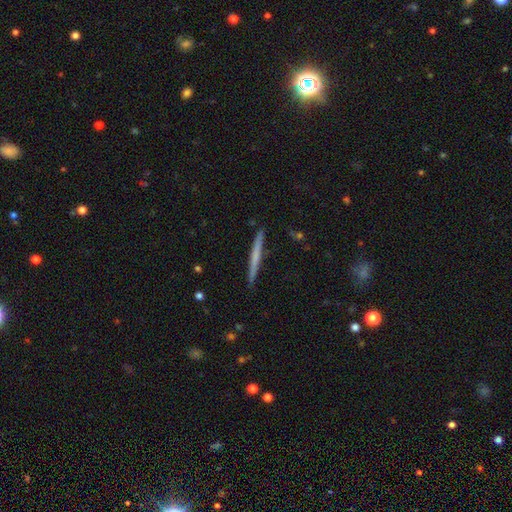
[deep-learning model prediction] A featured or disk galaxy (48%).

Vote fractions:
- Smooth or featured? featured or disk: 48% / smooth: 46% / star or artifact: 6%
- Merging? none: 91% / minor disturbance: 6% / major disturbance: 1% / merger: 1%